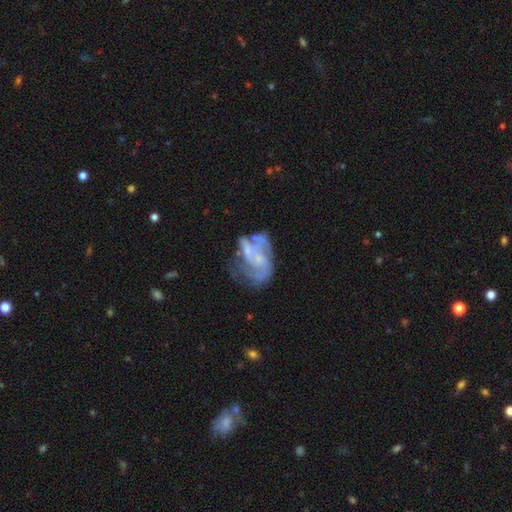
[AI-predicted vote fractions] This appears to be a featured or disk galaxy (76%) with no bar (67%), 2 (41%) medium (42%) spiral arms (76%) and a small central bulge (50%). Merging: none (38%).